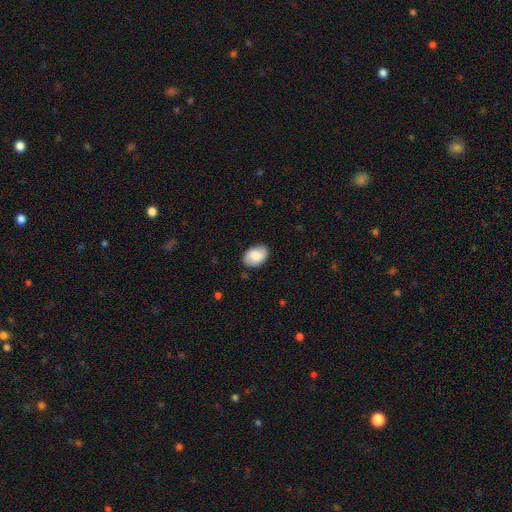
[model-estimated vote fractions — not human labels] Smooth or featured? Predicted: smooth (p=0.79). How rounded? Predicted: in between (p=0.85). Merging? Predicted: none (p=0.82).